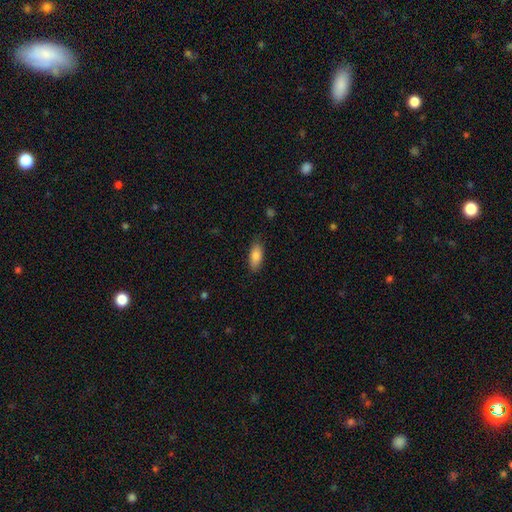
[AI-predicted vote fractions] Smooth or featured? smooth (84%)
How rounded? in between (84%)
Merging? none (84%)